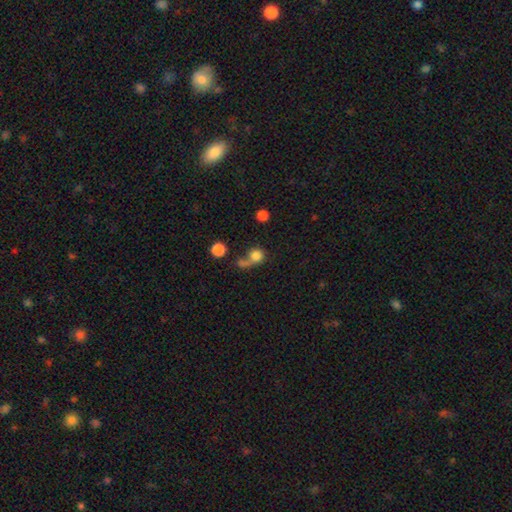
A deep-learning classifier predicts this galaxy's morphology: smooth-or-featured: smooth: 78% | star or artifact: 11% | featured or disk: 10%
  how-rounded: round: 84% | in between: 14% | cigar-shaped: 1%
  merging: merger: 40% | none: 37% | major disturbance: 12% | minor disturbance: 11%